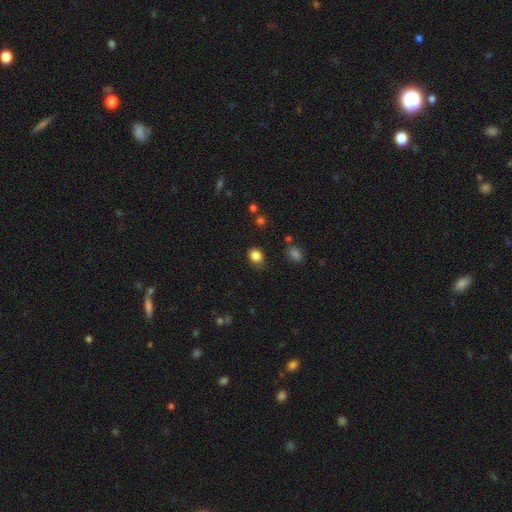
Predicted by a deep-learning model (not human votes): The model was most divided on "how rounded": round: 50%, in between: 49%, cigar-shaped: 1%. More confident: smooth or featured — smooth (84%); merging — none (77%).